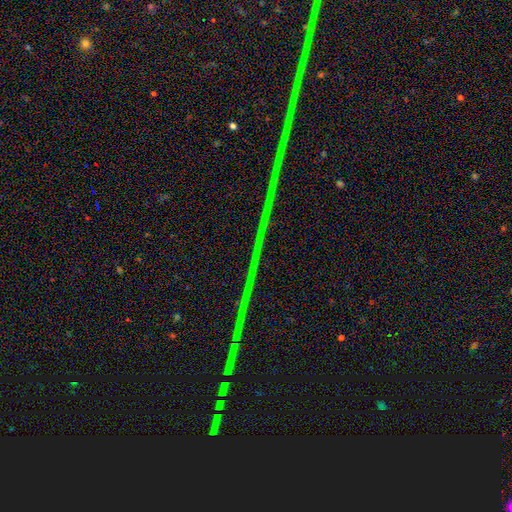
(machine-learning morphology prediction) This appears to be a star or artifact, not a galaxy (89%).